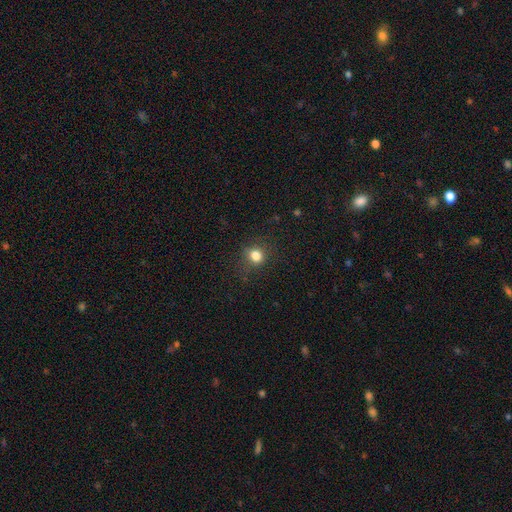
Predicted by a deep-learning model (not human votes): This is clearly a smooth galaxy (81%). How rounded: likely round (70%). Merging: clearly none (82%).